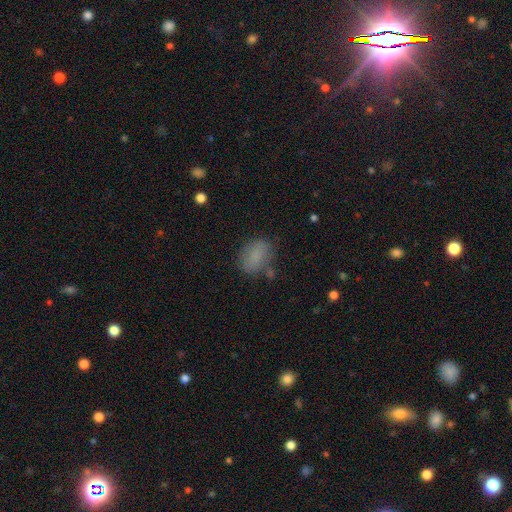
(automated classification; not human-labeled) This appears to be a smooth galaxy with no disk features (79%) that is in between round and cigar-shaped (75%). Merging: none (71%).